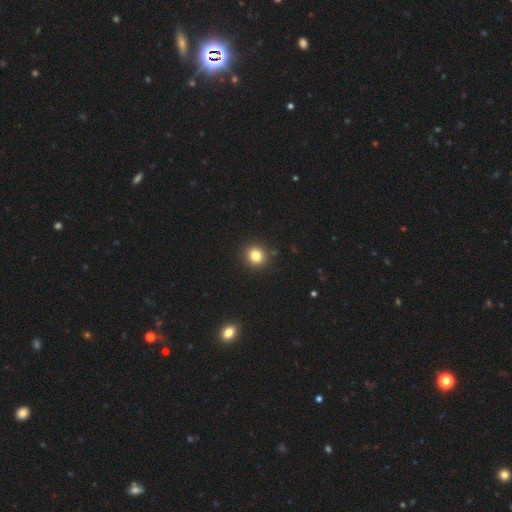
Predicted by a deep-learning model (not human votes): smooth-or-featured: smooth: 82% | star or artifact: 12% | featured or disk: 6%
  how-rounded: round: 87% | in between: 12% | cigar-shaped: 1%
  merging: none: 91% | minor disturbance: 5% | major disturbance: 2% | merger: 1%